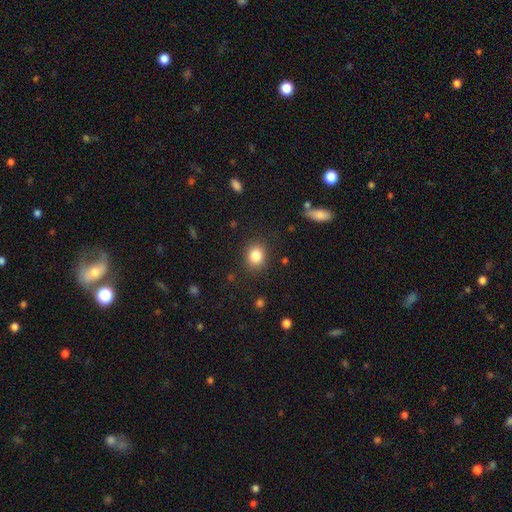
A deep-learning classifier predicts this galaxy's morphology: The model was most divided on "how rounded": round: 66%, in between: 33%, cigar-shaped: 1%. More confident: merging — none (86%); smooth or featured — smooth (84%).